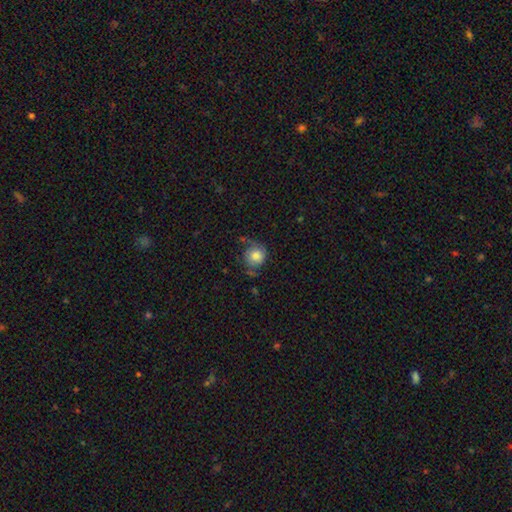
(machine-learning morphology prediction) A smooth galaxy with no disk features (65%) that is round (83%). Merging: none (54%).